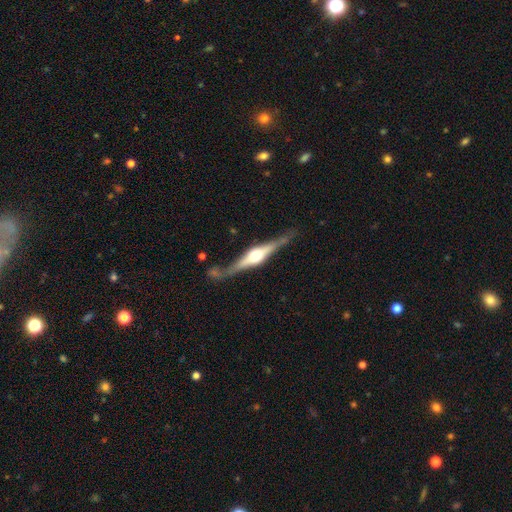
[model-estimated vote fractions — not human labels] This appears to be a featured or disk galaxy (82%) viewed edge-on (96%) with a rounded central bulge (88%). Merging: none (75%).